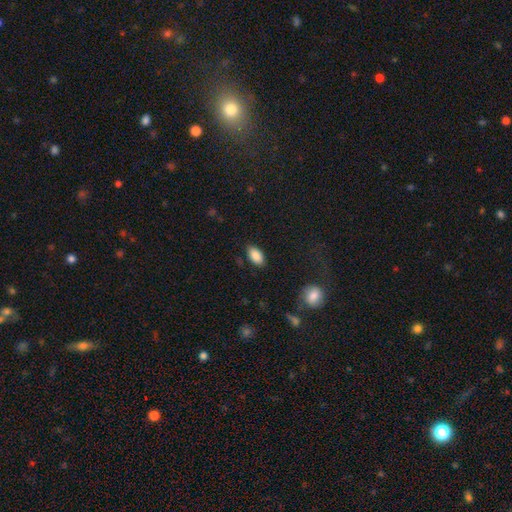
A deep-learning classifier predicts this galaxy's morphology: type=smooth (88%); roundness=in between (93%); merging=none (85%).